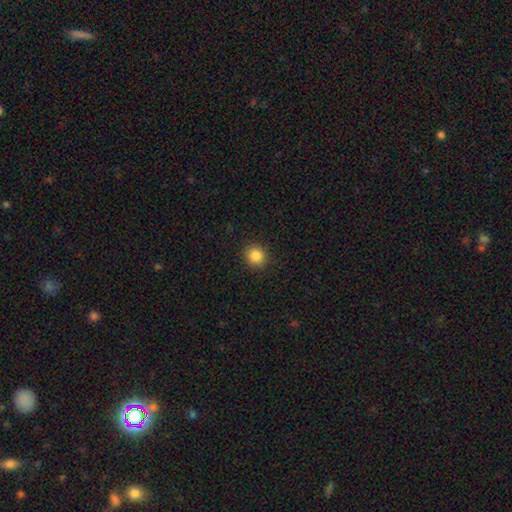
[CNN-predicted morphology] Q: Smooth or featured?
A: smooth (86%); runner-up: star or artifact (10%)
Q: How rounded?
A: round (85%); runner-up: in between (14%)
Q: Merging?
A: none (91%); runner-up: minor disturbance (6%)